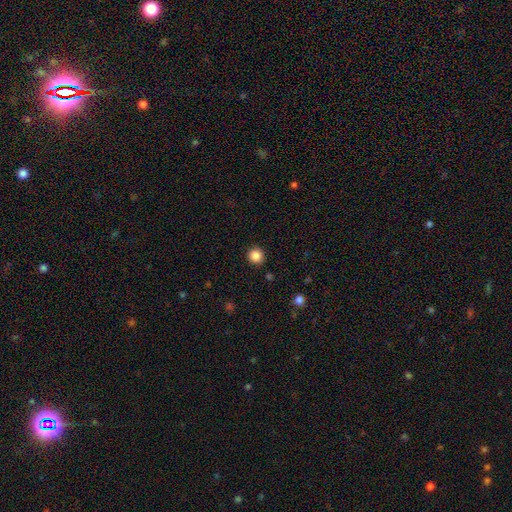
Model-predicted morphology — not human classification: smooth_or_featured: smooth (p=0.85) [alt: star or artifact p=0.11]
how_rounded: round (p=0.93) [alt: in between p=0.06]
merging: none (p=0.92) [alt: minor disturbance p=0.05]